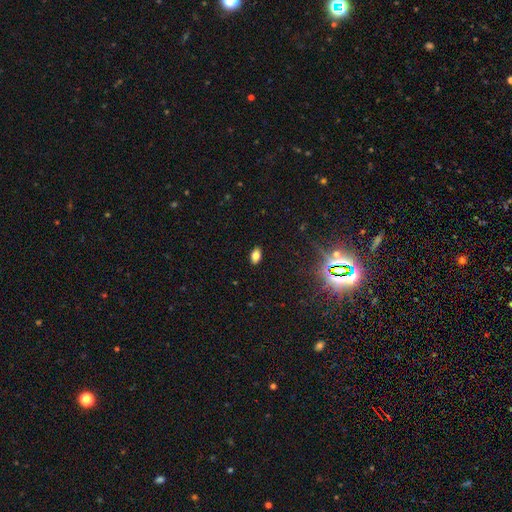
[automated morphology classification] The model was most divided on "smooth or featured": smooth: 78%, star or artifact: 14%, featured or disk: 8%. More confident: how rounded — in between (91%); merging — none (88%).